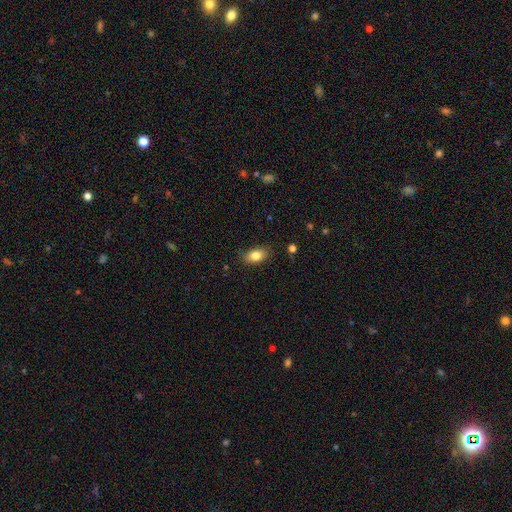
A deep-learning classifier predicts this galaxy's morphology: A smooth galaxy with no disk features (82%) that is in between round and cigar-shaped (88%). Merging: none (82%).